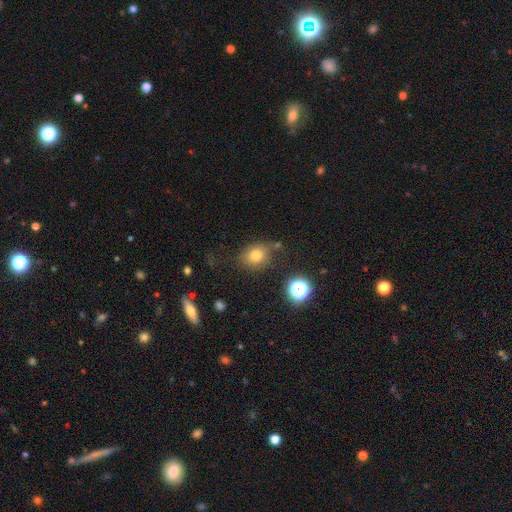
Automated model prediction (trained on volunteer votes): This is likely a smooth galaxy (77%). How rounded: possibly round (59%). Merging: likely none (71%).